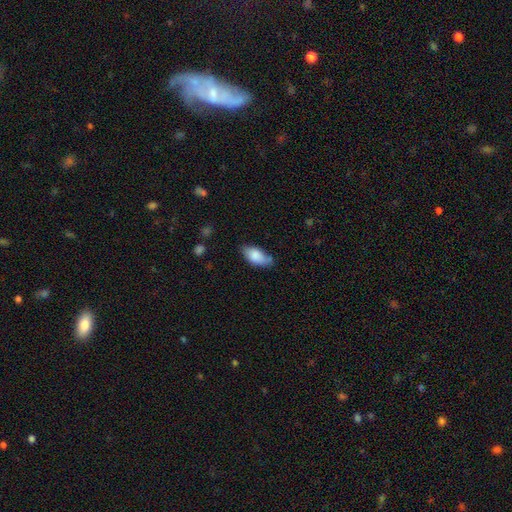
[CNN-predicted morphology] Overall: smooth (83%). How rounded: in between (91%). Merging: none (60%; minor disturbance 30%).